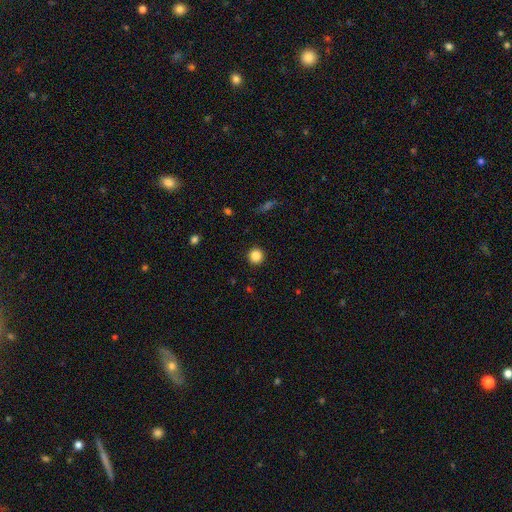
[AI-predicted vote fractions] Smooth or featured? smooth (86%)
How rounded? round (95%)
Merging? none (93%)